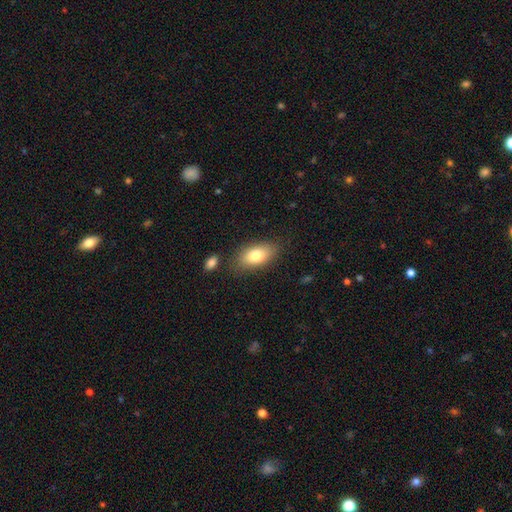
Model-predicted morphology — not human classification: This appears to be a smooth galaxy with no disk features (78%) that is in between round and cigar-shaped (90%). Merging: none (80%).